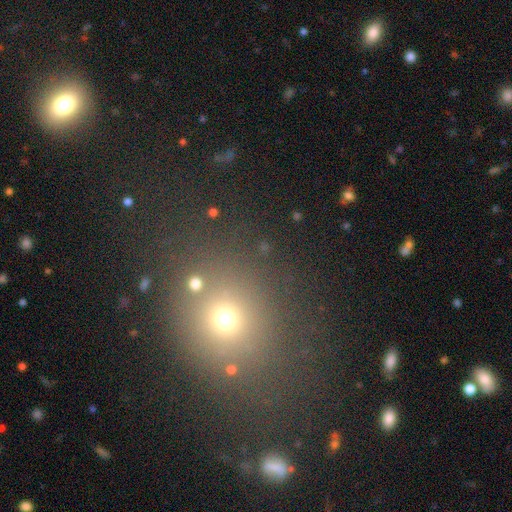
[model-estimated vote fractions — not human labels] Q: Smooth or featured?
A: smooth (59%); runner-up: star or artifact (31%)
Q: How rounded?
A: round (69%); runner-up: in between (30%)
Q: Merging?
A: none (77%); runner-up: minor disturbance (10%)